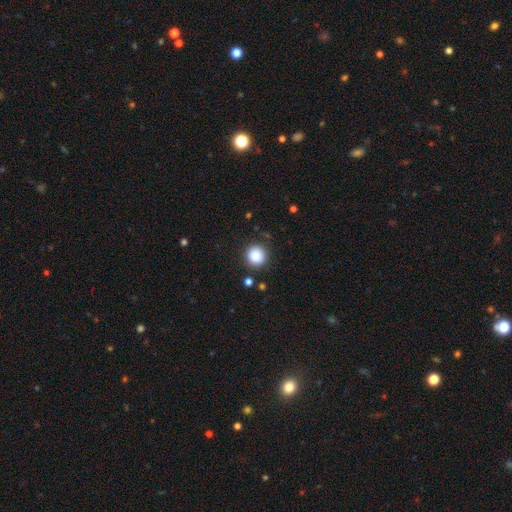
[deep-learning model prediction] The model was most divided on "smooth or featured": smooth: 87%, star or artifact: 9%, featured or disk: 3%. More confident: how rounded — round (91%); merging — none (87%).